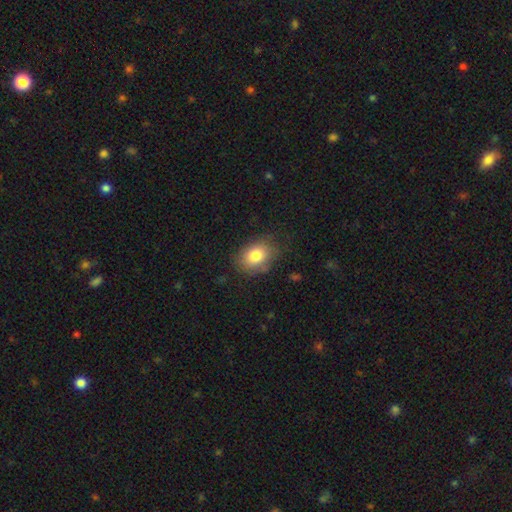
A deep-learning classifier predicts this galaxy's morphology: This is clearly a smooth galaxy (81%). How rounded: likely in between (72%). Merging: likely none (74%).